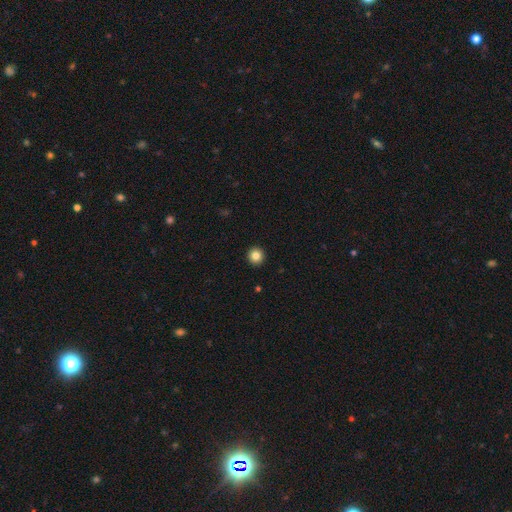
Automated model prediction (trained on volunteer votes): This is clearly a smooth galaxy (84%). How rounded: clearly round (95%). Merging: clearly none (94%).